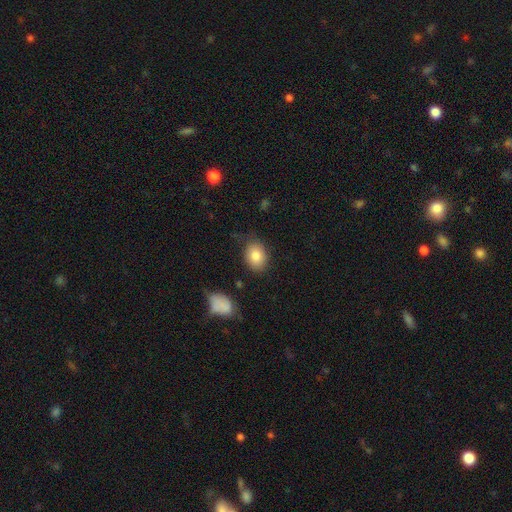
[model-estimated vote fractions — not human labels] A smooth galaxy with no disk features (82%) that is in between round and cigar-shaped (66%). Merging: none (76%).